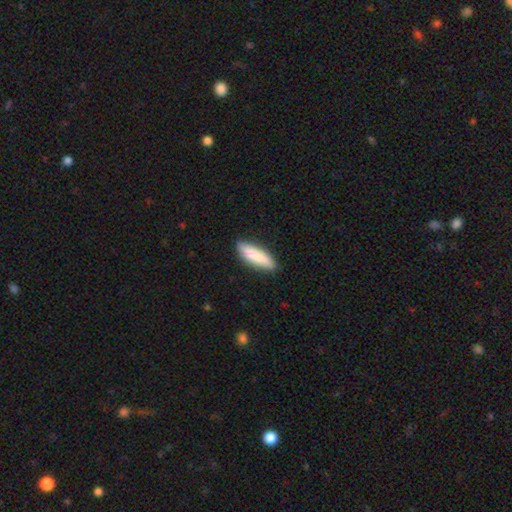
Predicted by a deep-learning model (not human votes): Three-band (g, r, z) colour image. It shows a smooth galaxy with no disk features (83%) that is cigar-shaped (63%). Merging: none (85%).